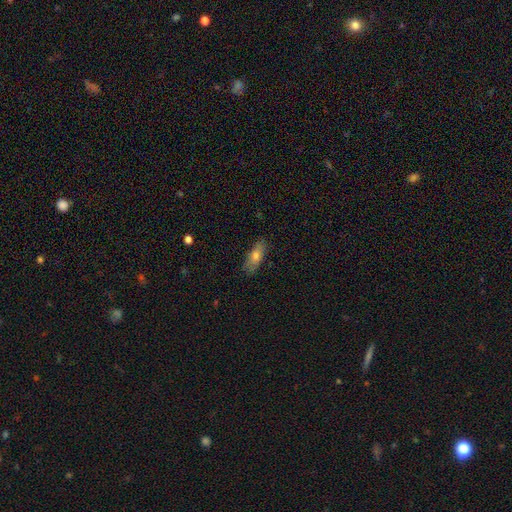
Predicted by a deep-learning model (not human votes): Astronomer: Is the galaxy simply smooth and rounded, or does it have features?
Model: smooth — 69%.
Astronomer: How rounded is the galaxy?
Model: in between — 64%.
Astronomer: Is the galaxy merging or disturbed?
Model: none — 83%.